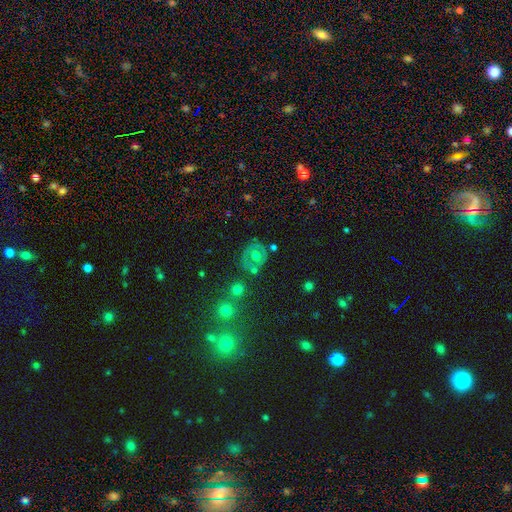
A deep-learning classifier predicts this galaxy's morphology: Smooth or featured? featured or disk (46%)
Merging? none (69%)